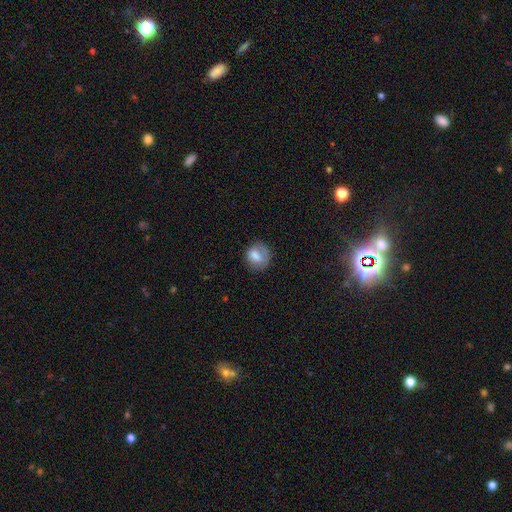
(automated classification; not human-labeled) A smooth galaxy with no disk features (75%) that is round (73%).

Vote fractions:
- Smooth or featured? smooth: 75% / featured or disk: 16% / star or artifact: 9%
- How rounded? round: 73% / in between: 26% / cigar-shaped: 1%
- Merging? none: 63% / minor disturbance: 23% / major disturbance: 12% / merger: 2%